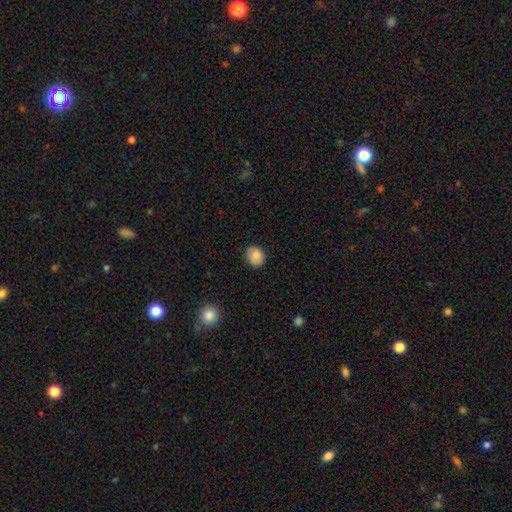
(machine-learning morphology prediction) Smooth or featured?
  - smooth: 83% *
  - featured or disk: 9%
  - star or artifact: 9%
How rounded?
  - round: 66% *
  - in between: 33%
  - cigar-shaped: 1%
Merging?
  - none: 84% *
  - minor disturbance: 12%
  - major disturbance: 2%
  - merger: 1%